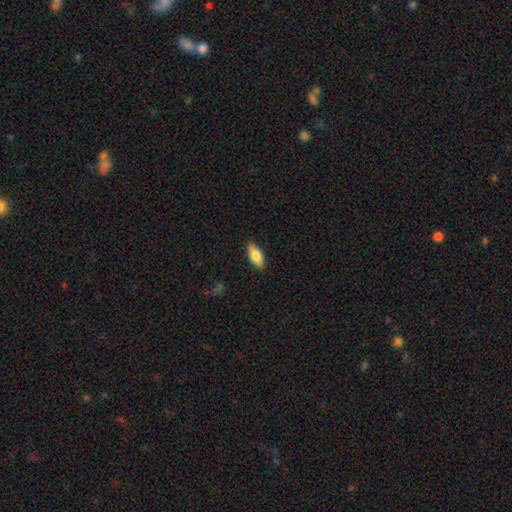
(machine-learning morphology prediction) Q: Smooth or featured?
A: smooth (77%); runner-up: featured or disk (17%)
Q: How rounded?
A: in between (80%); runner-up: cigar-shaped (18%)
Q: Merging?
A: none (89%); runner-up: minor disturbance (9%)